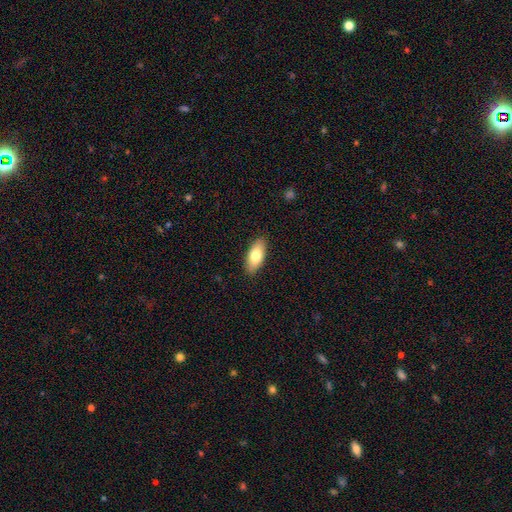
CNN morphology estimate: type=smooth (76%); roundness=in between (86%); merging=none (90%).